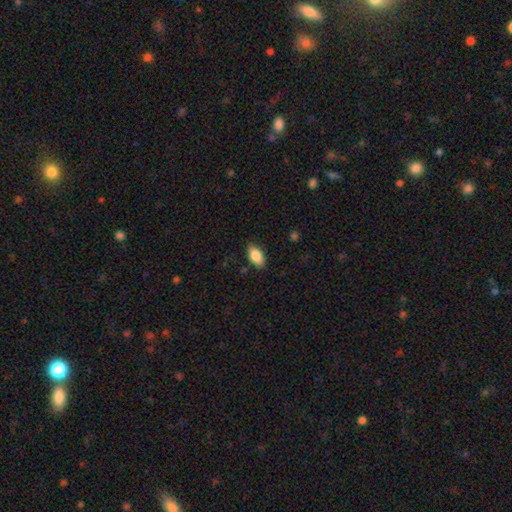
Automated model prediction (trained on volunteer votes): A smooth galaxy with no disk features (84%) that is in between round and cigar-shaped (92%).

Vote fractions:
- Smooth or featured? smooth: 84% / featured or disk: 8% / star or artifact: 7%
- How rounded? in between: 92% / round: 4% / cigar-shaped: 4%
- Merging? none: 84% / minor disturbance: 12% / major disturbance: 3% / merger: 1%